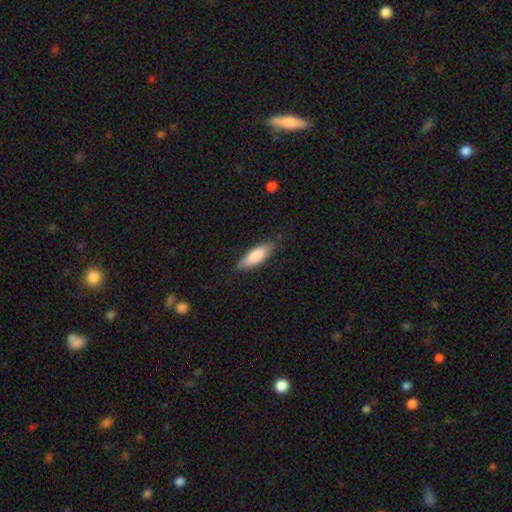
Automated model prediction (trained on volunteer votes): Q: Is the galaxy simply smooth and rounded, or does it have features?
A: smooth — 82%.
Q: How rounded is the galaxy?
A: in between — 55%.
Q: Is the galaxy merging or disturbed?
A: none — 81%.